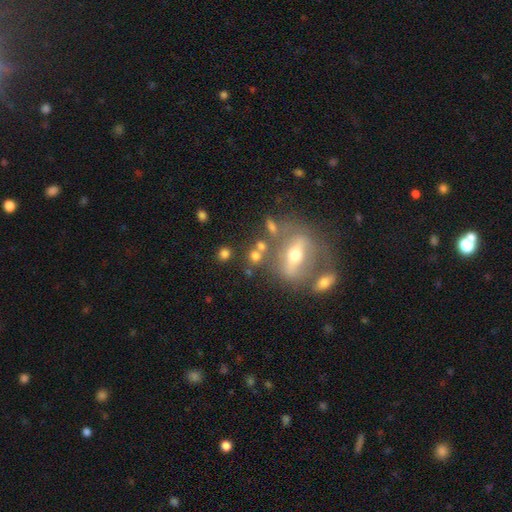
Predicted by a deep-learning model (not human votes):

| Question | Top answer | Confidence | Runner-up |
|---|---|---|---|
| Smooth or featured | smooth | 61% | featured or disk (23%) |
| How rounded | round | 70% | in between (26%) |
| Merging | none | 61% | merger (21%) |